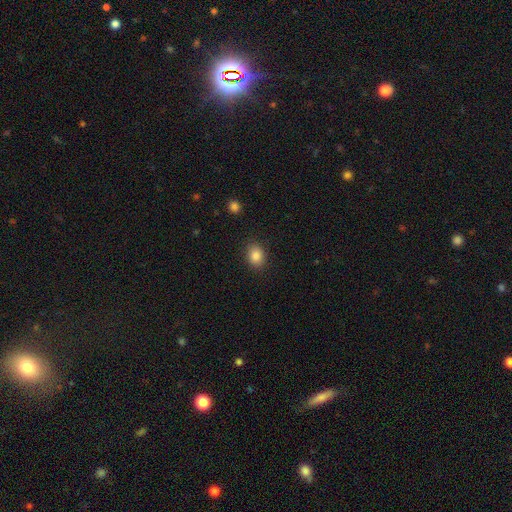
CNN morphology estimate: Smooth or featured?
  - smooth: 86% *
  - star or artifact: 10%
  - featured or disk: 5%
How rounded?
  - in between: 56% *
  - round: 43%
  - cigar-shaped: 1%
Merging?
  - none: 88% *
  - minor disturbance: 9%
  - major disturbance: 3%
  - merger: 1%